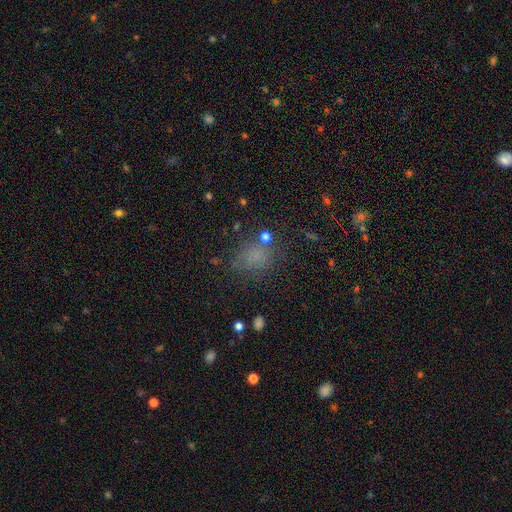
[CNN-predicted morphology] Smooth or featured? Predicted: smooth (p=0.69). How rounded? Predicted: round (p=0.55). Merging? Predicted: none (p=0.69).